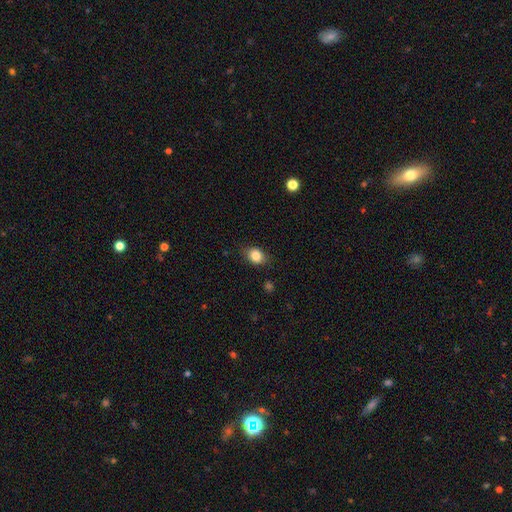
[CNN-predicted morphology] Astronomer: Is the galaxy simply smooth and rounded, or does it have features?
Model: smooth — 83%.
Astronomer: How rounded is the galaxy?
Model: round — 51% (runner-up: in between, 48%).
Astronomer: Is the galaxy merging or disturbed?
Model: none — 78%.